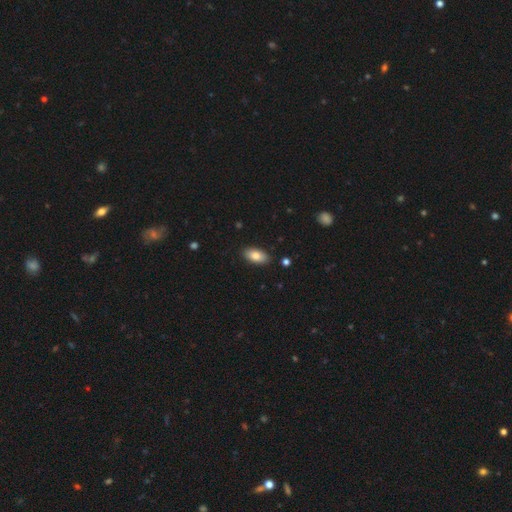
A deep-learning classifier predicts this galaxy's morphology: smooth-or-featured: smooth: 82% | featured or disk: 11% | star or artifact: 7%
  how-rounded: in between: 92% | cigar-shaped: 5% | round: 3%
  merging: none: 88% | minor disturbance: 9% | major disturbance: 2% | merger: 1%